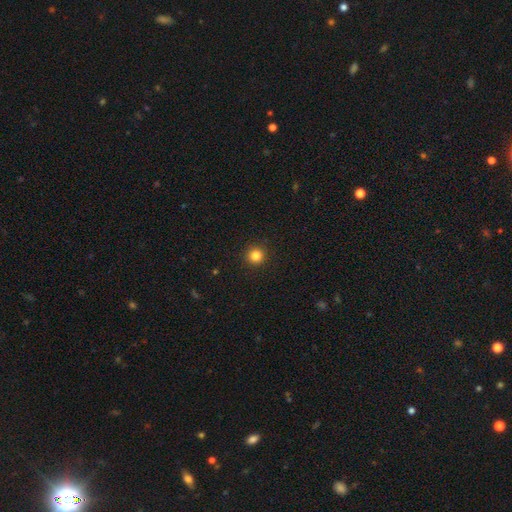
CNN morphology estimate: A smooth galaxy with no disk features (83%) that is round (96%).

Vote fractions:
- Smooth or featured? smooth: 83% / star or artifact: 12% / featured or disk: 5%
- How rounded? round: 96% / in between: 3% / cigar-shaped: 1%
- Merging? none: 93% / minor disturbance: 4% / major disturbance: 2% / merger: 1%